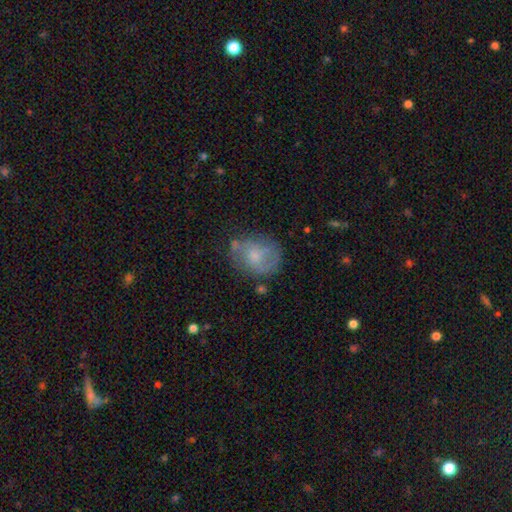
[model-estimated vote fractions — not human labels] Overall: smooth (53%; featured or disk 39%). How rounded: round (51%; in between 48%). Merging: none (57%; minor disturbance 25%).